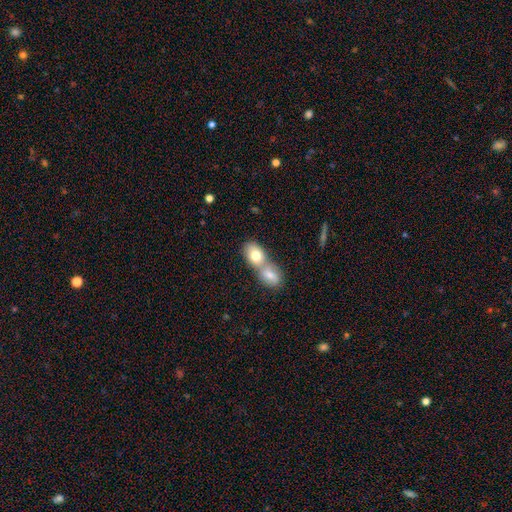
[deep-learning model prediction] Smooth or featured? smooth (76%)
How rounded? in between (74%)
Merging? merger (67%)